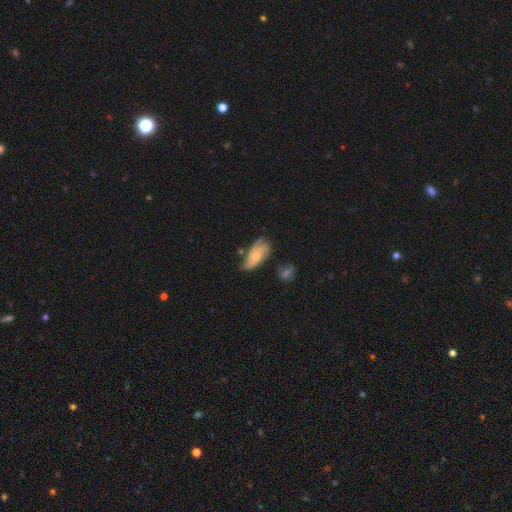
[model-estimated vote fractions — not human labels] Morphology: type=featured or disk (64%); edge-on=no (94%); bar=no (73%); spiral arms=yes (88%); winding=medium (41%); arm count=2 (39%); bulge=small (64%); merging=none (51%).